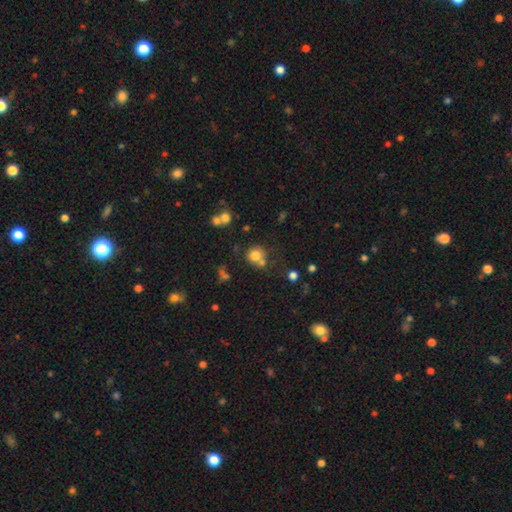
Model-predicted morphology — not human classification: A smooth galaxy with no disk features (77%) that is round (88%).

Vote fractions:
- Smooth or featured? smooth: 77% / star or artifact: 14% / featured or disk: 10%
- How rounded? round: 88% / in between: 11% / cigar-shaped: 1%
- Merging? none: 58% / merger: 25% / minor disturbance: 12% / major disturbance: 5%